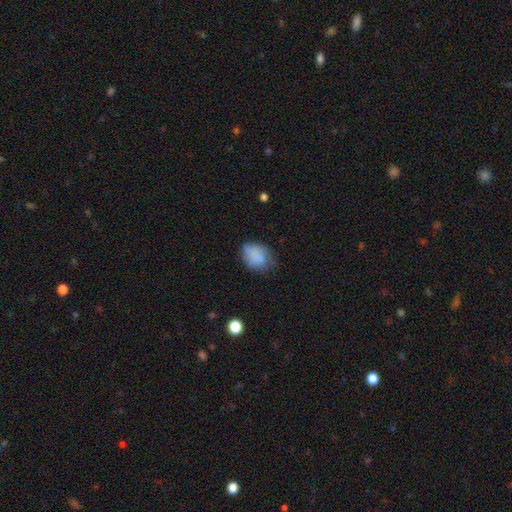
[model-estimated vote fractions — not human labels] Overall: smooth (78%). How rounded: in between (61%; round 38%). Merging: none (49%; minor disturbance 35%).